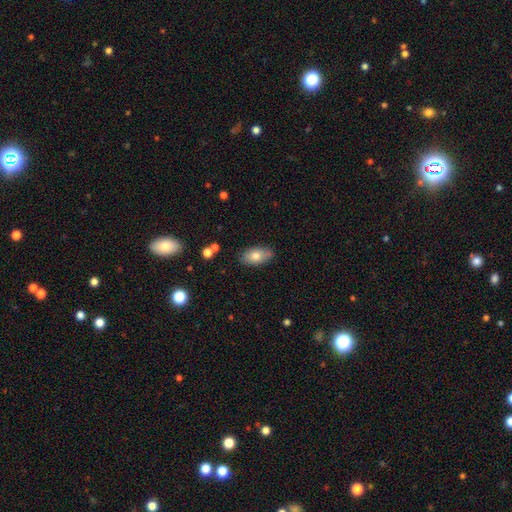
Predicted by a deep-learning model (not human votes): Overall: smooth (76%). How rounded: in between (92%). Merging: none (80%).